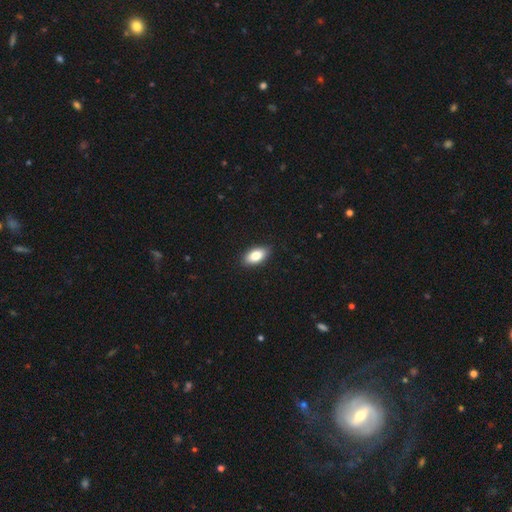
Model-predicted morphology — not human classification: A smooth galaxy with no disk features (82%) that is in between round and cigar-shaped (92%).

Vote fractions:
- Smooth or featured? smooth: 82% / featured or disk: 11% / star or artifact: 7%
- How rounded? in between: 92% / cigar-shaped: 5% / round: 4%
- Merging? none: 89% / minor disturbance: 9% / major disturbance: 2% / merger: 1%